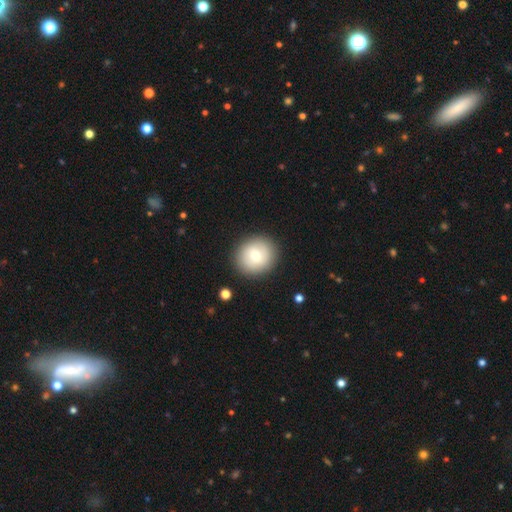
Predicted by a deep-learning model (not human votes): Q: Smooth or featured?
A: smooth (71%); runner-up: featured or disk (21%)
Q: How rounded?
A: round (83%); runner-up: in between (17%)
Q: Merging?
A: none (88%); runner-up: minor disturbance (8%)